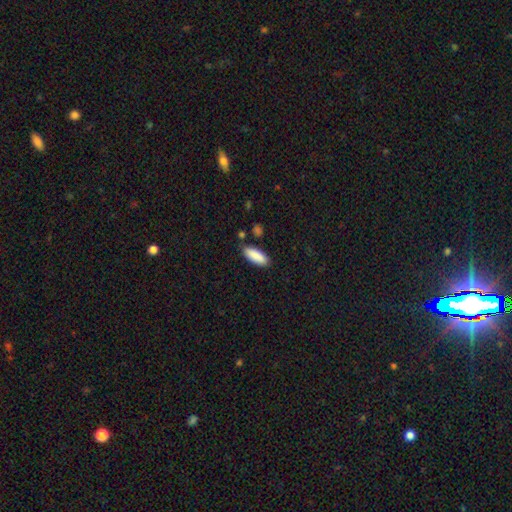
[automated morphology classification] Smooth or featured?
  - smooth: 89% *
  - star or artifact: 6%
  - featured or disk: 5%
How rounded?
  - in between: 72% *
  - cigar-shaped: 27%
  - round: 2%
Merging?
  - none: 83% *
  - minor disturbance: 11%
  - merger: 4%
  - major disturbance: 2%